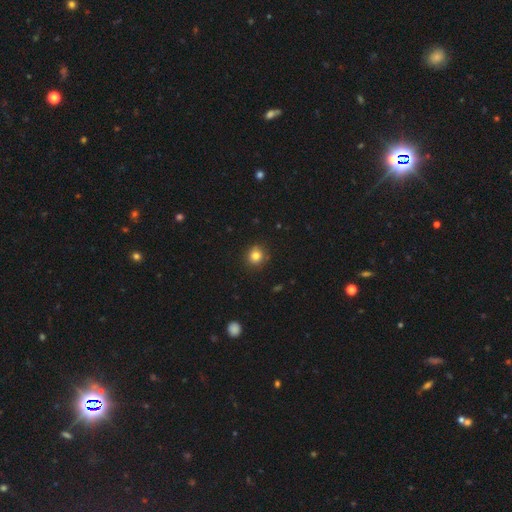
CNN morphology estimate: A smooth galaxy with no disk features (82%) that is round (88%).

Vote fractions:
- Smooth or featured? smooth: 82% / star or artifact: 12% / featured or disk: 7%
- How rounded? round: 88% / in between: 11% / cigar-shaped: 1%
- Merging? none: 87% / minor disturbance: 10% / major disturbance: 2% / merger: 1%